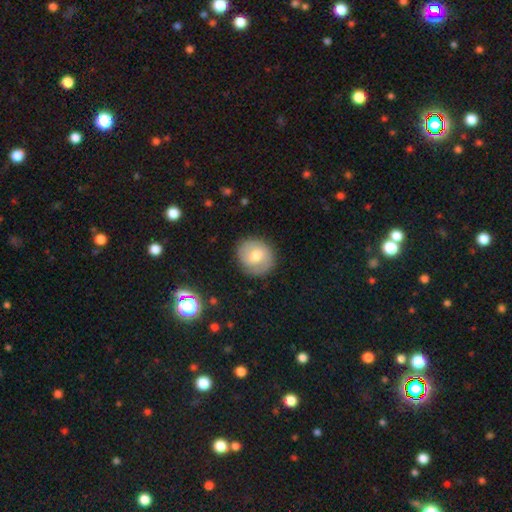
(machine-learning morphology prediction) Smooth or featured: smooth — 59% (featured or disk — 32%)
How rounded: round — 80% (in between — 19%)
Merging: none — 84% (minor disturbance — 12%)